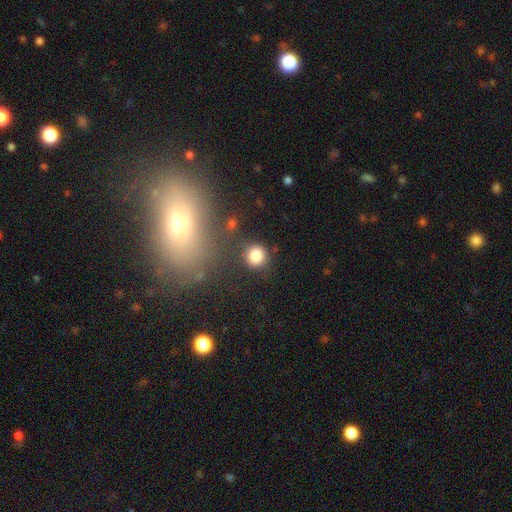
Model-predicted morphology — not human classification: type=smooth (83%); roundness=round (85%); merging=none (79%).